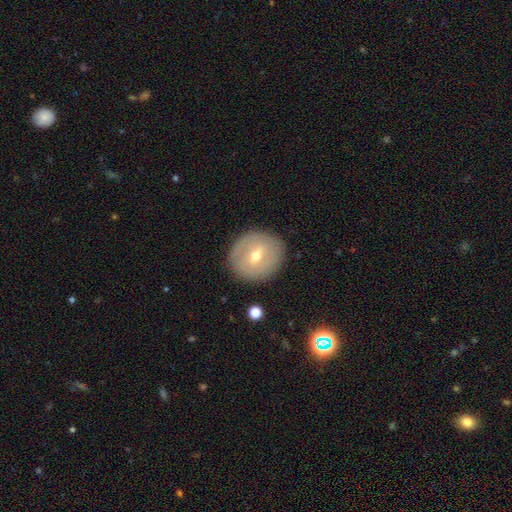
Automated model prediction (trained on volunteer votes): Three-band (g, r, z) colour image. It shows a featured or disk galaxy (50%). Merging: none (86%).